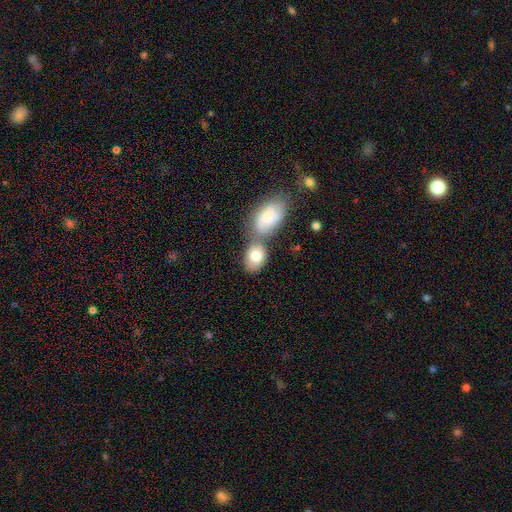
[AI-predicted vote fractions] A smooth galaxy with no disk features (79%) that is in between round and cigar-shaped (82%). Merging: merger (44%).